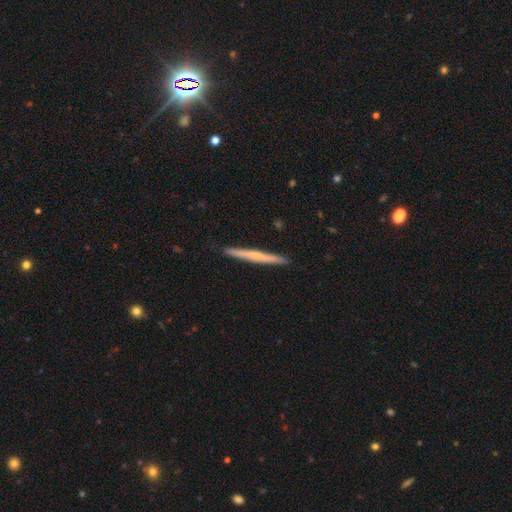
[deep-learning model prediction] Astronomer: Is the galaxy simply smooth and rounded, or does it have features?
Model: featured or disk — 49% (runner-up: smooth, 46%).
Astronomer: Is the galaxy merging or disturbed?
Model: none — 92%.